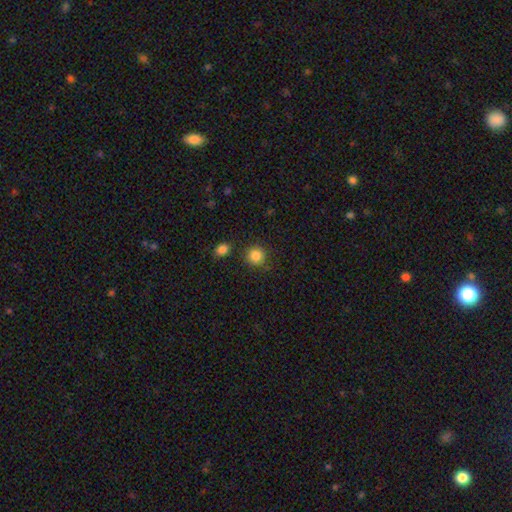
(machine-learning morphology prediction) smooth-or-featured: smooth: 86% | star or artifact: 10% | featured or disk: 4%
  how-rounded: round: 92% | in between: 7% | cigar-shaped: 1%
  merging: none: 85% | minor disturbance: 8% | merger: 4% | major disturbance: 3%